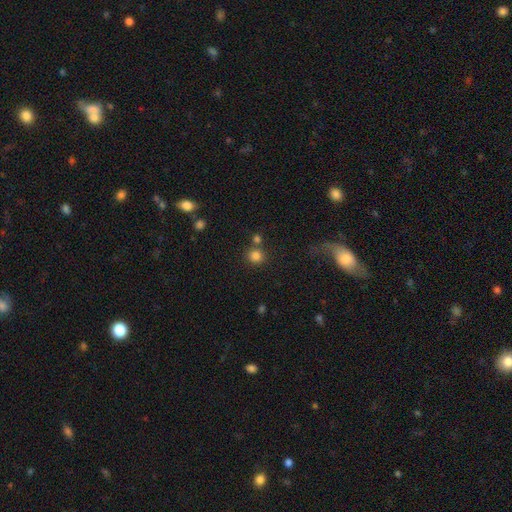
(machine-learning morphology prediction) A smooth galaxy with no disk features (82%) that is round (89%).

Vote fractions:
- Smooth or featured? smooth: 82% / star or artifact: 13% / featured or disk: 5%
- How rounded? round: 89% / in between: 10% / cigar-shaped: 1%
- Merging? none: 71% / merger: 17% / minor disturbance: 8% / major disturbance: 4%